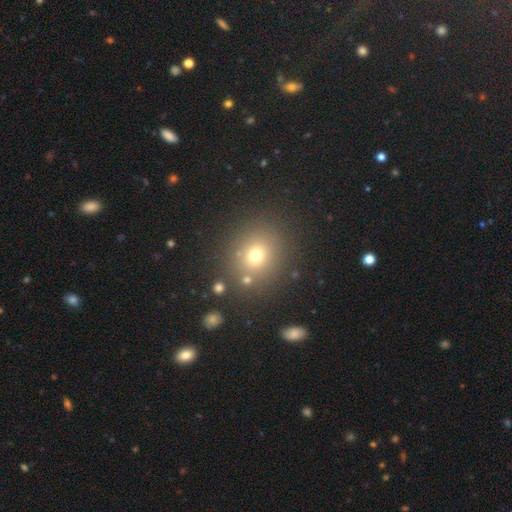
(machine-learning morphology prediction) Smooth or featured?
  - smooth: 69% *
  - star or artifact: 20%
  - featured or disk: 11%
How rounded?
  - round: 80% *
  - in between: 19%
  - cigar-shaped: 1%
Merging?
  - none: 81% *
  - minor disturbance: 9%
  - merger: 6%
  - major disturbance: 4%